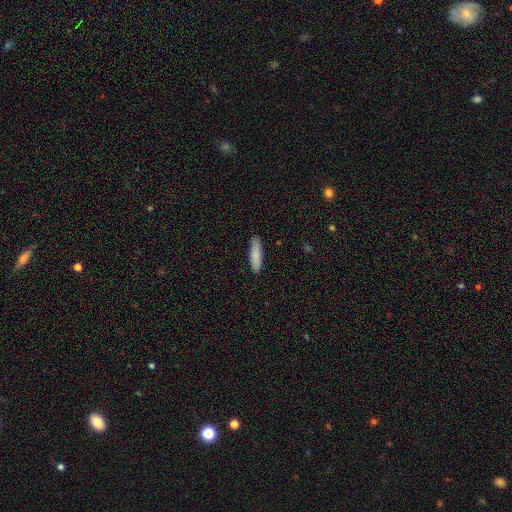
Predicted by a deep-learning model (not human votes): A smooth galaxy with no disk features (86%) that is cigar-shaped (72%).

Vote fractions:
- Smooth or featured? smooth: 86% / featured or disk: 8% / star or artifact: 6%
- How rounded? cigar-shaped: 72% / in between: 27% / round: 1%
- Merging? none: 89% / minor disturbance: 9% / major disturbance: 2% / merger: 1%